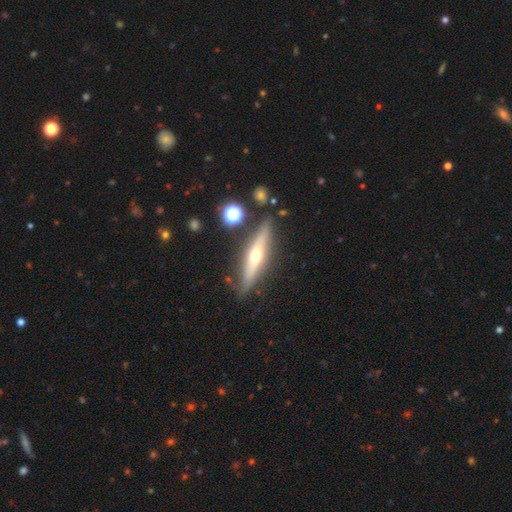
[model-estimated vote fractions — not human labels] Smooth or featured: featured or disk — 64% (smooth — 29%)
Edge-on disk: yes — 91% (no — 9%)
Edge-on bulge: rounded — 89% (none — 8%)
Merging: none — 81% (minor disturbance — 13%)